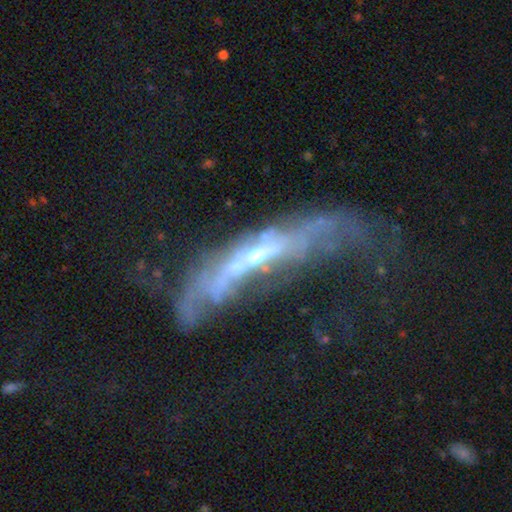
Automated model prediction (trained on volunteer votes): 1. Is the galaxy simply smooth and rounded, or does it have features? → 66% featured or disk, 21% smooth, 13% star or artifact.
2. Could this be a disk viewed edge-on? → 55% no, 45% yes.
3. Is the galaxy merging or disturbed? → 48% major disturbance, 22% none, 16% minor disturbance, 14% merger.